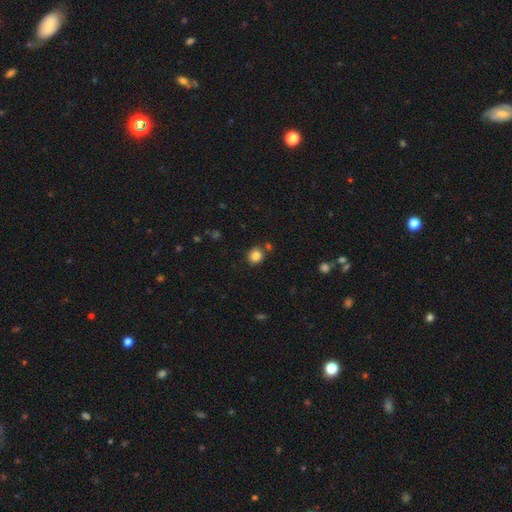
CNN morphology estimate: Smooth or featured? smooth (84%)
How rounded? round (78%)
Merging? none (76%)